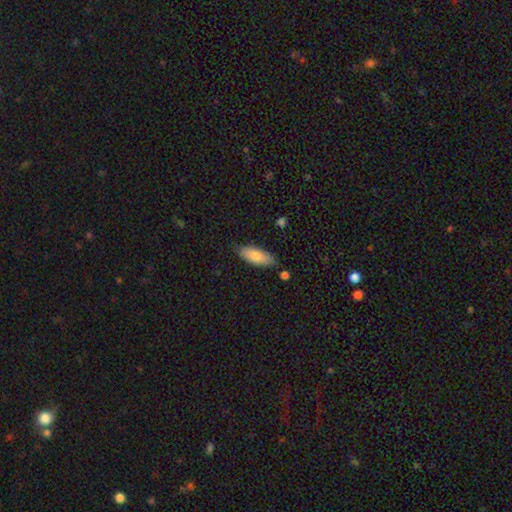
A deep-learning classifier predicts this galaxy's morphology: type=smooth (79%); roundness=in between (75%); merging=none (78%).